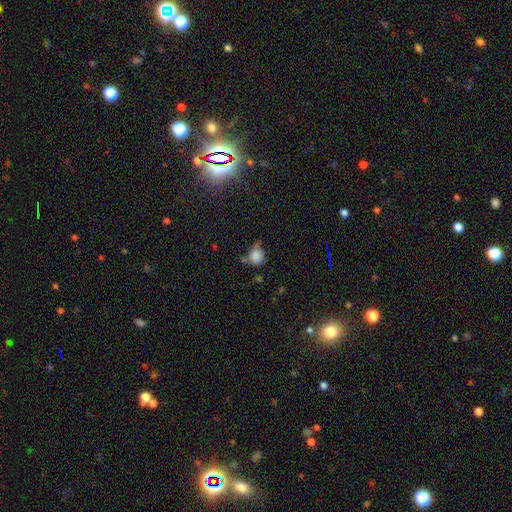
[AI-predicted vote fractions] Morphology: type=smooth (80%); roundness=round (76%); merging=none (42%).